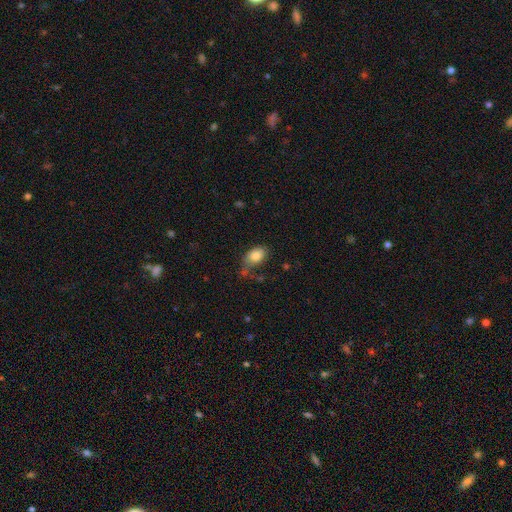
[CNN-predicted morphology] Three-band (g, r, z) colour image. It shows a smooth galaxy with no disk features (81%) that is in between round and cigar-shaped (87%). Merging: none (47%).